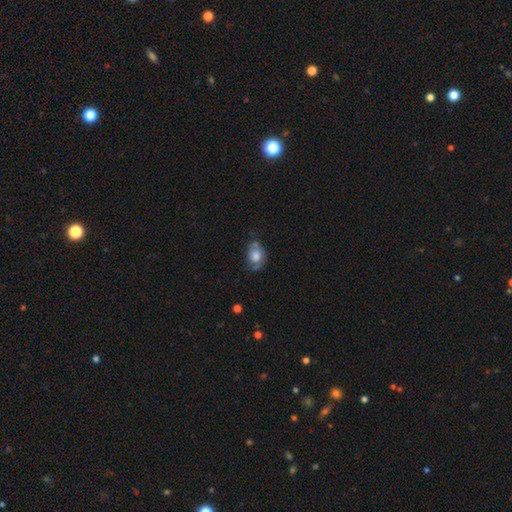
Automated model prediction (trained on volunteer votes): A smooth galaxy with no disk features (62%) that is in between round and cigar-shaped (74%).

Vote fractions:
- Smooth or featured? smooth: 62% / featured or disk: 30% / star or artifact: 9%
- How rounded? in between: 74% / round: 24% / cigar-shaped: 2%
- Merging? none: 47% / minor disturbance: 33% / major disturbance: 14% / merger: 5%